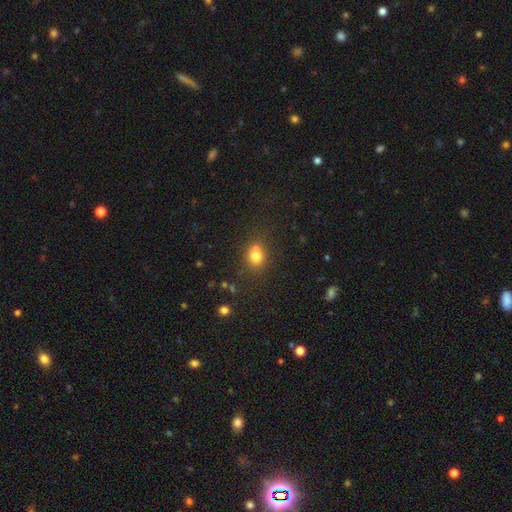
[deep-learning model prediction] smooth-or-featured: smooth: 74% | star or artifact: 15% | featured or disk: 12%
  how-rounded: round: 72% | in between: 27% | cigar-shaped: 1%
  merging: none: 48% | merger: 38% | minor disturbance: 10% | major disturbance: 4%